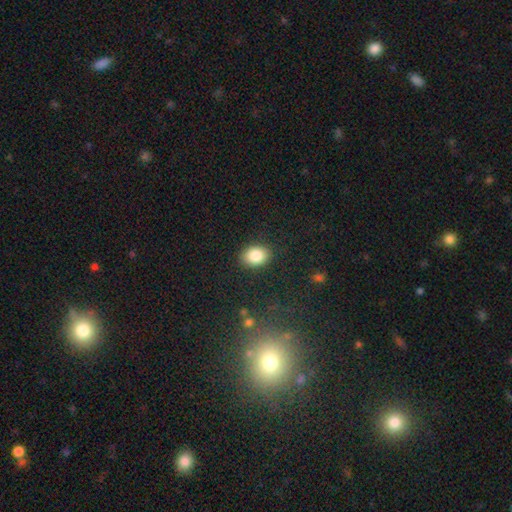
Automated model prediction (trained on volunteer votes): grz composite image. It shows a smooth galaxy with no disk features (85%) that is in between round and cigar-shaped (67%). Merging: none (87%).